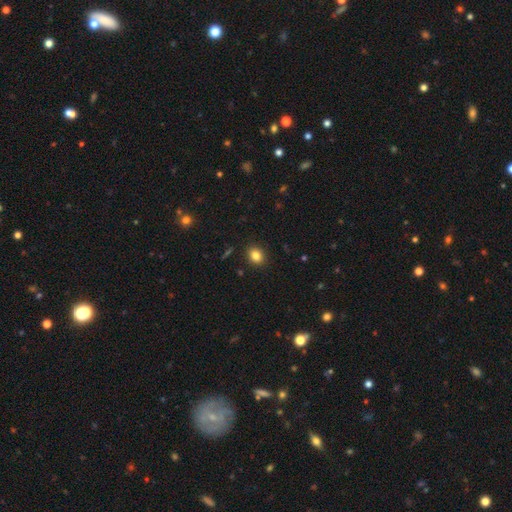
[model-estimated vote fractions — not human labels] This is clearly a smooth galaxy (83%). How rounded: possibly round (55%). Merging: clearly none (90%).